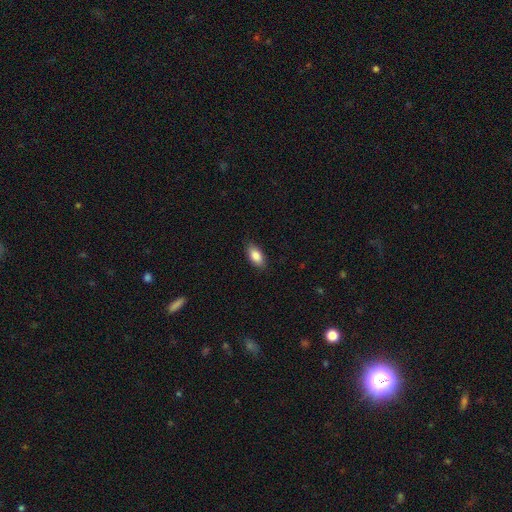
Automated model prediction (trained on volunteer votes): The model was most divided on "merging": none: 86%, minor disturbance: 11%, major disturbance: 2%, merger: 1%. More confident: how rounded — in between (90%); smooth or featured — smooth (86%).